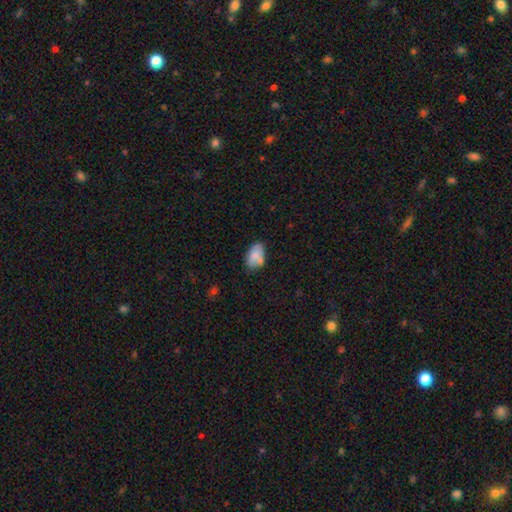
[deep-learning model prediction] A smooth galaxy with no disk features (75%) that is in between round and cigar-shaped (90%).

Vote fractions:
- Smooth or featured? smooth: 75% / featured or disk: 18% / star or artifact: 7%
- How rounded? in between: 90% / round: 9% / cigar-shaped: 1%
- Merging? none: 59% / minor disturbance: 23% / merger: 13% / major disturbance: 5%